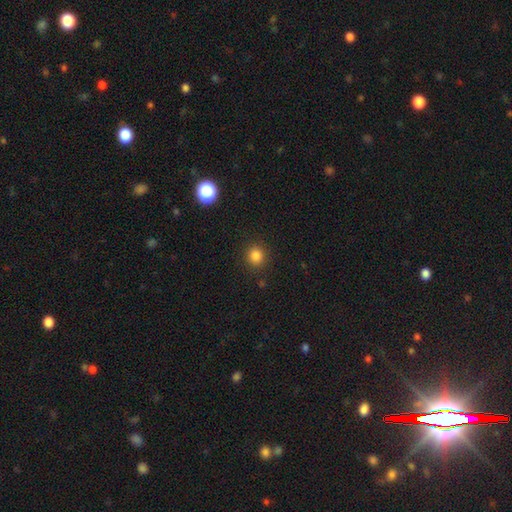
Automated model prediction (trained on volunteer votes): The model was most divided on "smooth or featured": smooth: 84%, star or artifact: 12%, featured or disk: 4%. More confident: merging — none (89%); how rounded — round (88%).